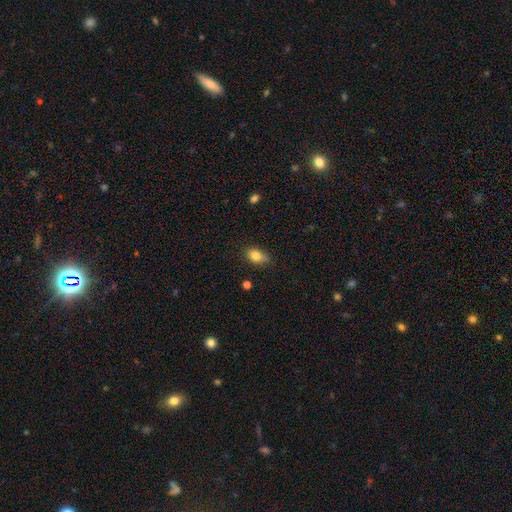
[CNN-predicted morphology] type=smooth (82%); roundness=in between (78%); merging=none (67%).